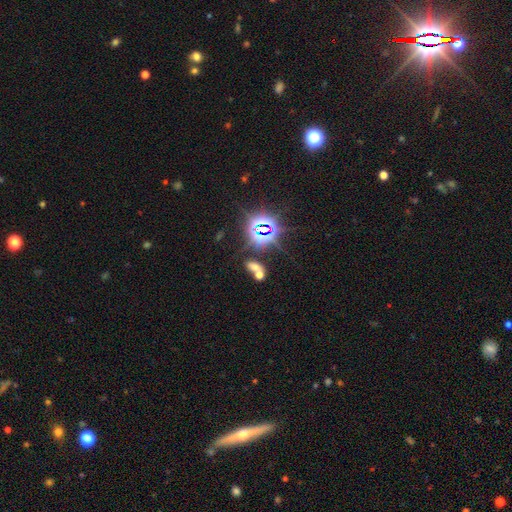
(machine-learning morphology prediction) type=star or artifact (70%).